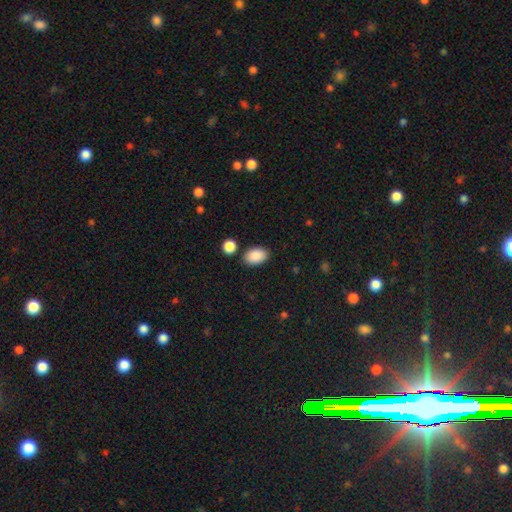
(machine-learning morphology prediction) Smooth or featured?
  - smooth: 90% *
  - star or artifact: 7%
  - featured or disk: 3%
How rounded?
  - in between: 89% *
  - round: 9%
  - cigar-shaped: 1%
Merging?
  - none: 82% *
  - minor disturbance: 11%
  - merger: 5%
  - major disturbance: 3%